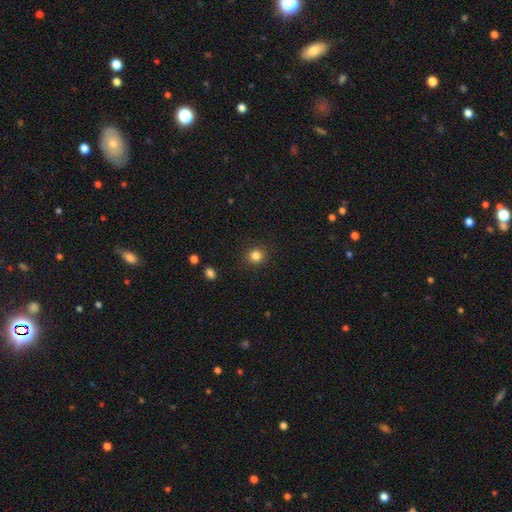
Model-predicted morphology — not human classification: The model was most divided on "smooth or featured": smooth: 83%, star or artifact: 12%, featured or disk: 5%. More confident: merging — none (90%); how rounded — round (87%).